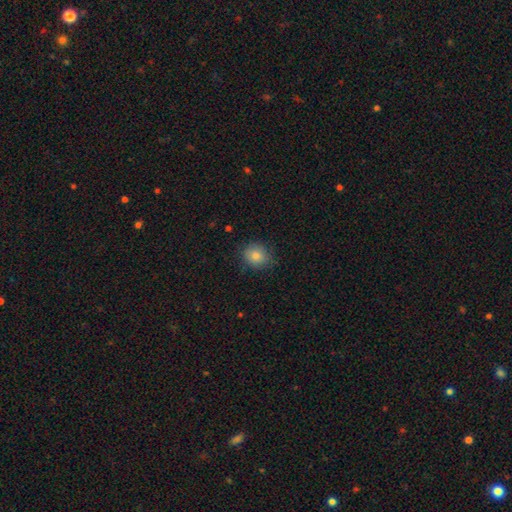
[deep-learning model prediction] smooth-or-featured: smooth: 82% | star or artifact: 11% | featured or disk: 7%
  how-rounded: round: 72% | in between: 27% | cigar-shaped: 1%
  merging: none: 83% | minor disturbance: 13% | major disturbance: 3% | merger: 1%